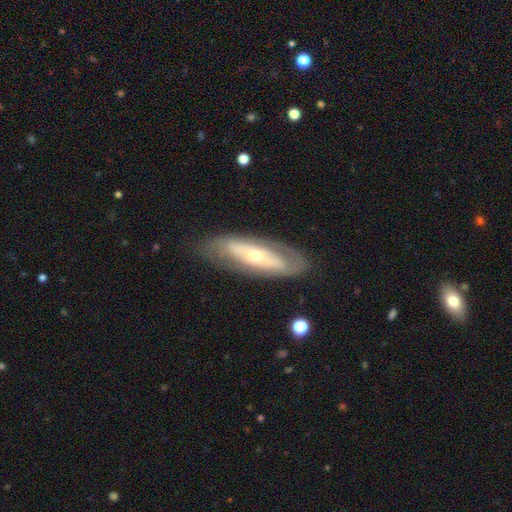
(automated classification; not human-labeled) The model was most divided on "smooth or featured": featured or disk: 64%, smooth: 30%, star or artifact: 6%. More confident: edge-on disk — no (76%); merging — none (76%).